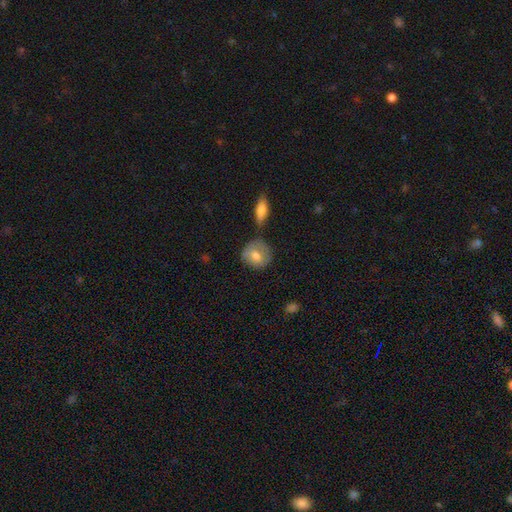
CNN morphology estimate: Smooth or featured?
  - smooth: 72% *
  - featured or disk: 21%
  - star or artifact: 7%
How rounded?
  - round: 76% *
  - in between: 22%
  - cigar-shaped: 2%
Merging?
  - none: 65% *
  - minor disturbance: 20%
  - merger: 9%
  - major disturbance: 6%